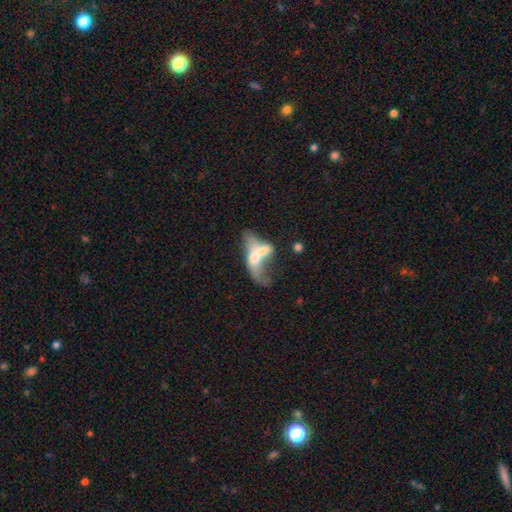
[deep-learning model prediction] A featured or disk galaxy (48%). Merging: merger (53%).